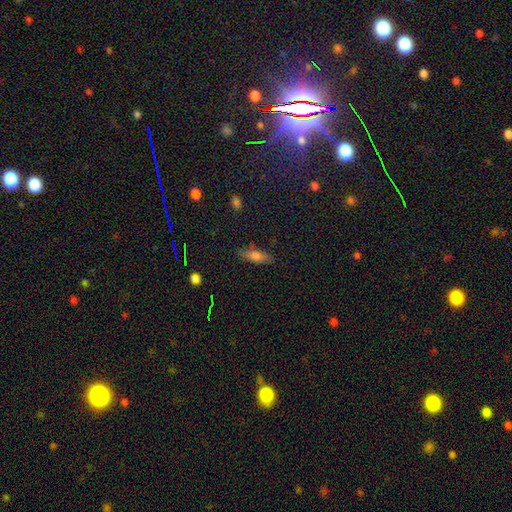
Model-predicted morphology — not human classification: Smooth or featured? smooth (69%)
How rounded? in between (57%)
Merging? none (84%)